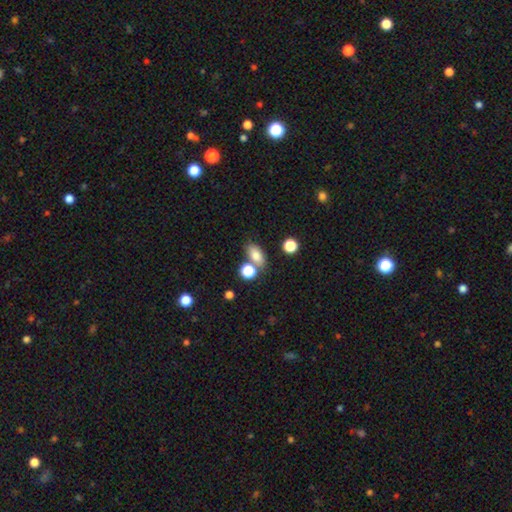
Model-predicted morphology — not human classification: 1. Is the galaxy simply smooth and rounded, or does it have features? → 78% smooth, 13% star or artifact, 9% featured or disk.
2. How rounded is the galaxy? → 82% in between, 15% round, 3% cigar-shaped.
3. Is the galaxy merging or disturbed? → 64% none, 19% merger, 12% minor disturbance, 4% major disturbance.